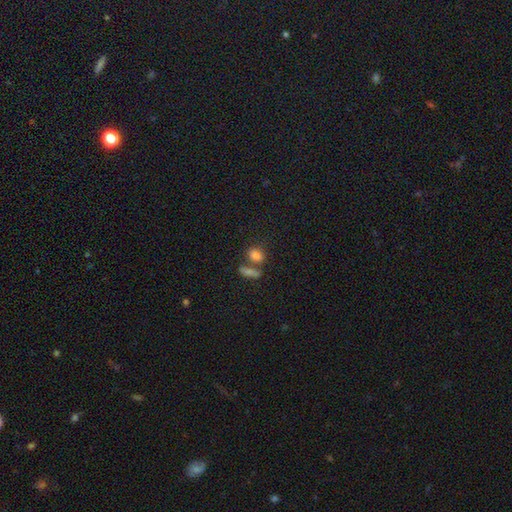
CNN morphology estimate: Overall: smooth (80%). How rounded: in between (72%). Merging: none (49%; merger 36%).